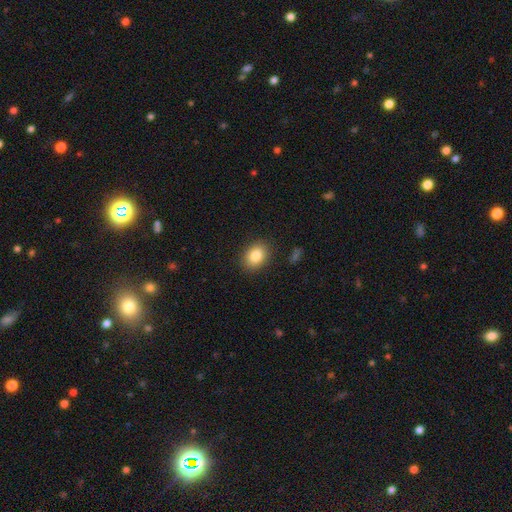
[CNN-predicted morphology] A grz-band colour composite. It shows a smooth galaxy with no disk features (84%) that is in between round and cigar-shaped (65%). Merging: none (88%).